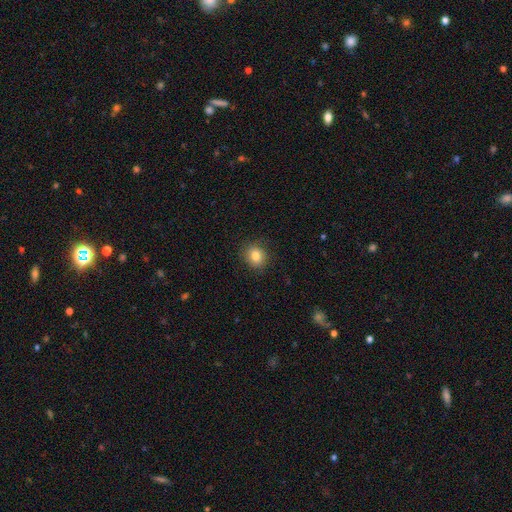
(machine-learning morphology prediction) Q: Smooth or featured?
A: smooth (82%); runner-up: star or artifact (10%)
Q: How rounded?
A: round (73%); runner-up: in between (26%)
Q: Merging?
A: none (86%); runner-up: minor disturbance (10%)